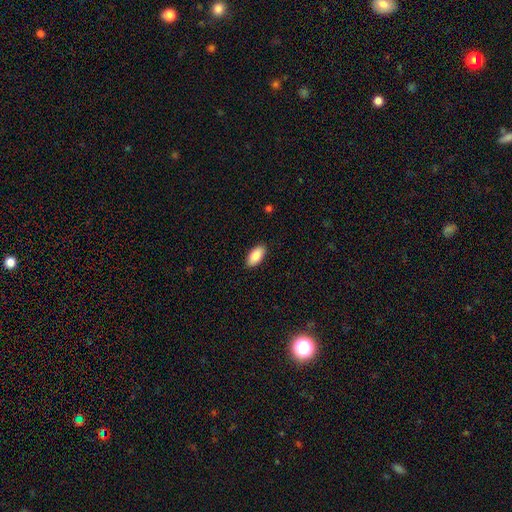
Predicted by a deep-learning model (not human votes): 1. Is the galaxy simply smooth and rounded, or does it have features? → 88% smooth, 6% star or artifact, 6% featured or disk.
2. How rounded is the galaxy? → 94% in between, 4% cigar-shaped, 2% round.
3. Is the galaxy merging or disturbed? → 89% none, 8% minor disturbance, 2% major disturbance, 1% merger.